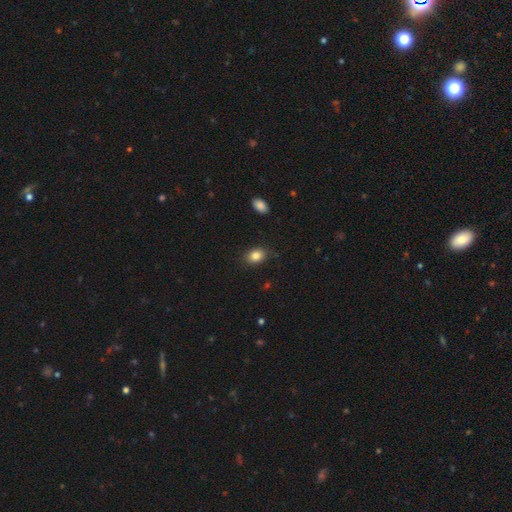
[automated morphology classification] type=smooth (84%); roundness=in between (72%); merging=none (84%).